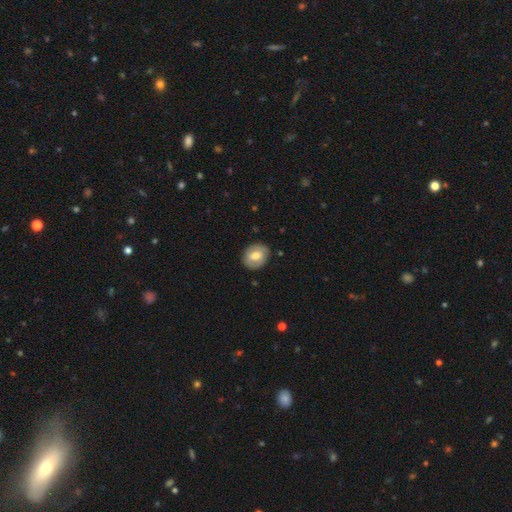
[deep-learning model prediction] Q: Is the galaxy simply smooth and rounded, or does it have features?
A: smooth — 61%.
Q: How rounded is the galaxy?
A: round — 58%.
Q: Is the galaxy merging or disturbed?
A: none — 84%.